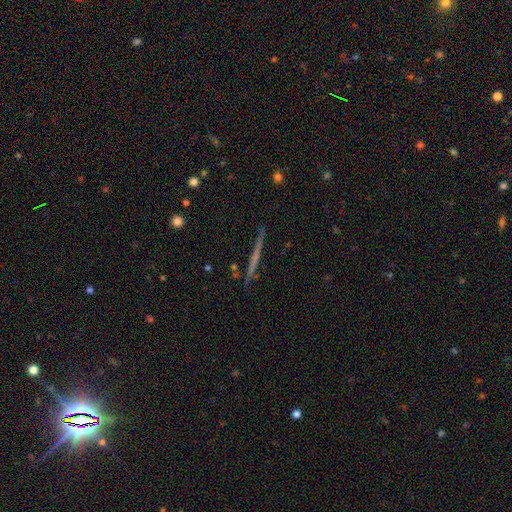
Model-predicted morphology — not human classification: This is likely a featured or disk galaxy (60%). It is clearly viewed edge-on (97%). Edge-on bulge: clearly none (81%). Merging: clearly none (90%).